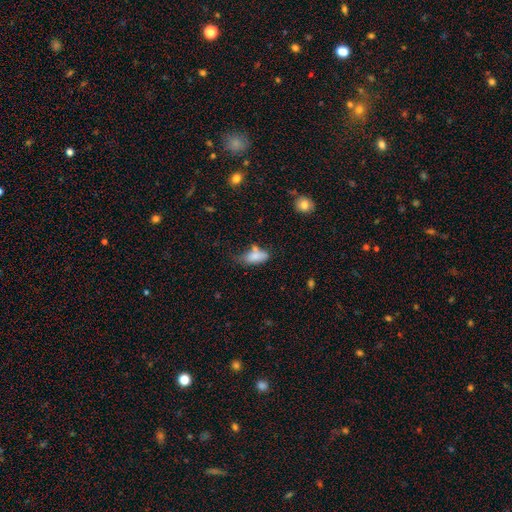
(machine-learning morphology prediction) Overall: smooth (77%). How rounded: in between (86%). Merging: none (33%, tied with minor disturbance).